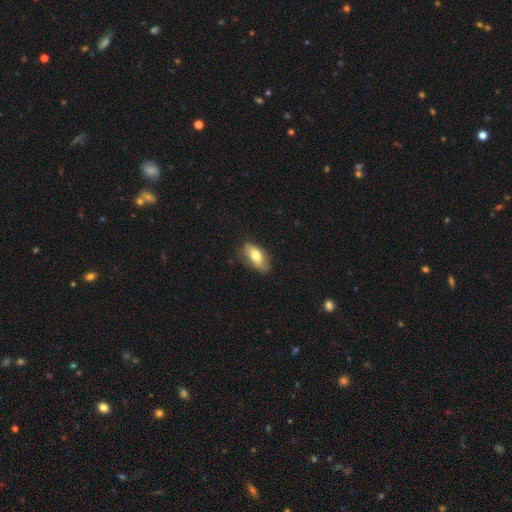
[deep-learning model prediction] Q: Smooth or featured?
A: smooth (73%); runner-up: featured or disk (20%)
Q: How rounded?
A: in between (88%); runner-up: cigar-shaped (8%)
Q: Merging?
A: none (74%); runner-up: minor disturbance (21%)